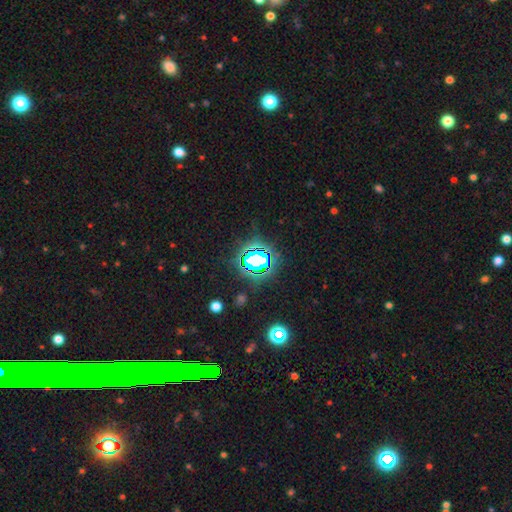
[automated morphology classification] smooth-or-featured: star or artifact: 73% | smooth: 16% | featured or disk: 11%